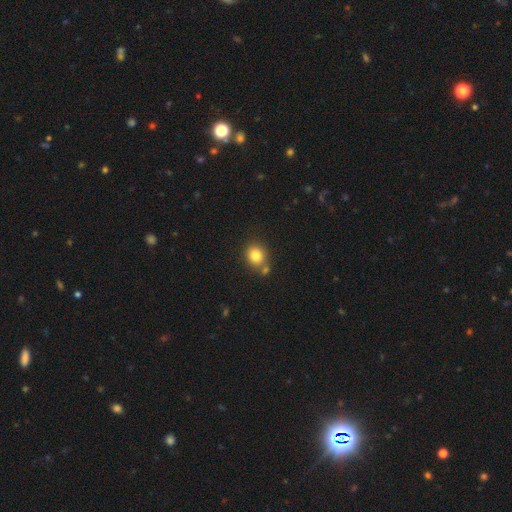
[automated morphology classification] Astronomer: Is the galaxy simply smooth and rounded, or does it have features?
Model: smooth — 82%.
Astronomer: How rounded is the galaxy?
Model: round — 78%.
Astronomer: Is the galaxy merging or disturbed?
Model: none — 67%.